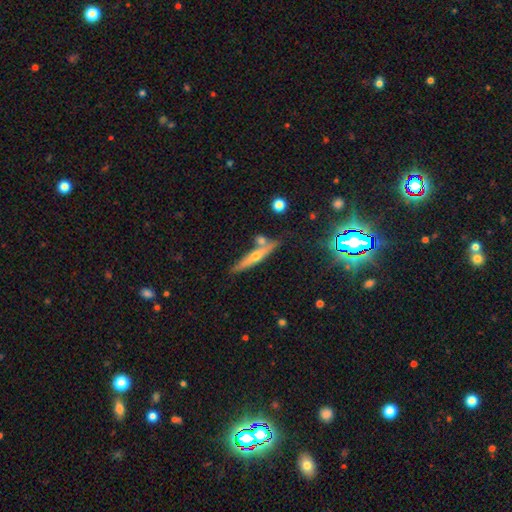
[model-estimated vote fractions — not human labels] featured or disk 57%, smooth 33%, star or artifact 9%. Down the decision tree: edge-on disk — yes (92%); edge-on bulge — rounded (84%); merging — none (72%).